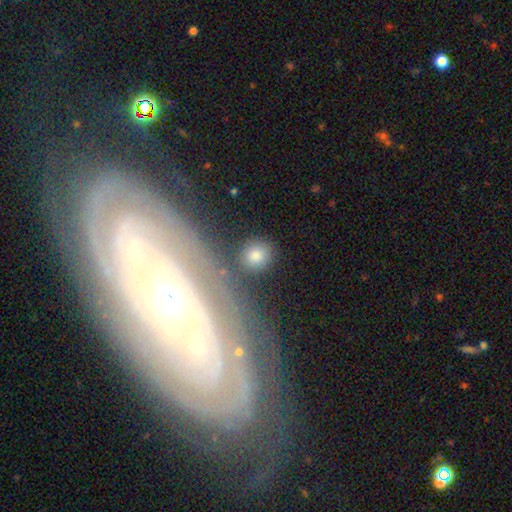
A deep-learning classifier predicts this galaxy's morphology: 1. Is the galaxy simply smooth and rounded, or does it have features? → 78% smooth, 14% star or artifact, 8% featured or disk.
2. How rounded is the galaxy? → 86% round, 12% in between, 2% cigar-shaped.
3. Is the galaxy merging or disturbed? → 80% none, 9% minor disturbance, 6% merger, 4% major disturbance.